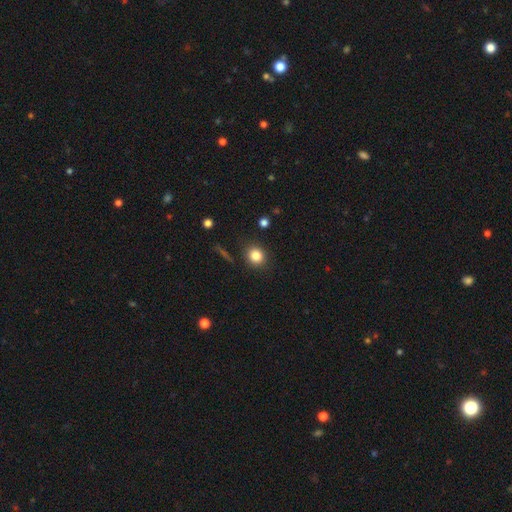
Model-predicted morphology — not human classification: Overall: smooth (83%). How rounded: round (80%). Merging: none (88%).